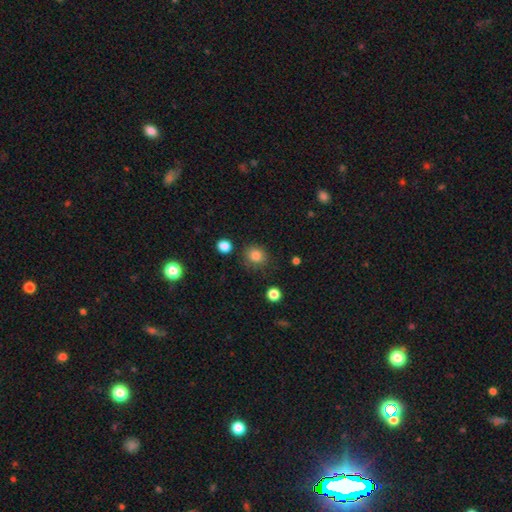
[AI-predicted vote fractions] The model was most divided on "how rounded": round: 84%, in between: 15%, cigar-shaped: 1%. More confident: smooth or featured — smooth (84%); merging — none (83%).